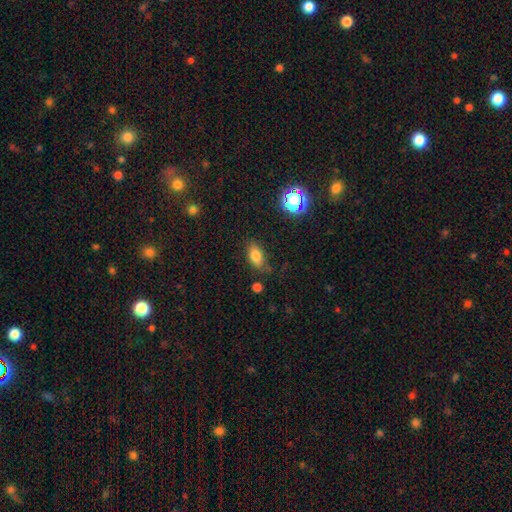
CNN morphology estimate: type=smooth (78%); roundness=in between (85%); merging=none (73%).